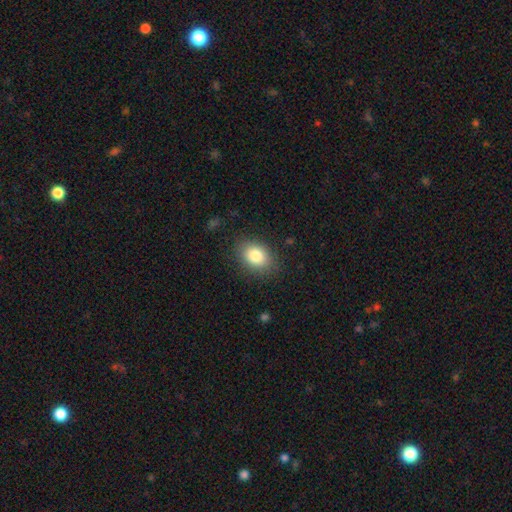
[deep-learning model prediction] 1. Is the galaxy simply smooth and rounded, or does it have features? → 82% smooth, 9% featured or disk, 8% star or artifact.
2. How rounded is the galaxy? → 73% in between, 26% round, 1% cigar-shaped.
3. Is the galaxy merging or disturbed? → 84% none, 11% minor disturbance, 4% major disturbance, 1% merger.